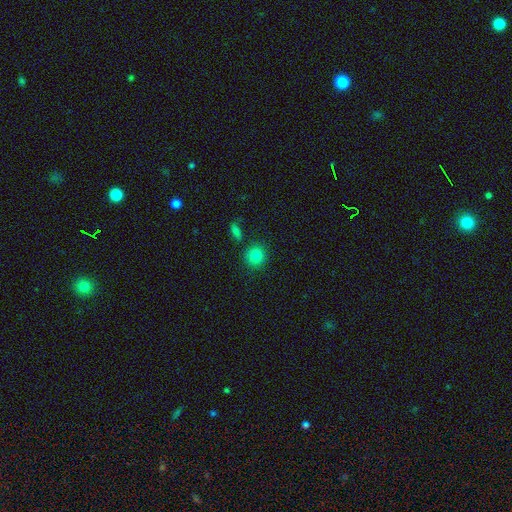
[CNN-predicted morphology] This is clearly a smooth galaxy (83%). How rounded: clearly round (87%). Merging: clearly none (83%).